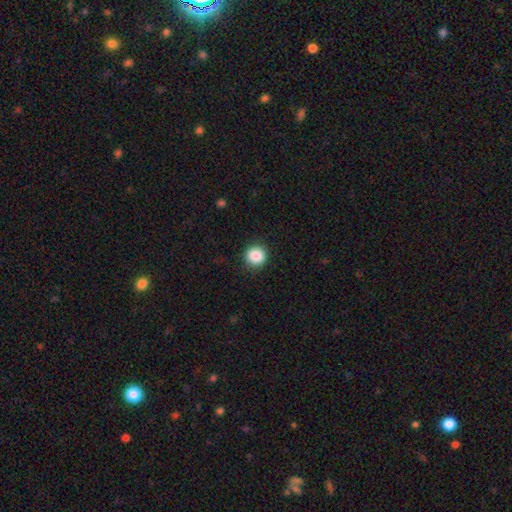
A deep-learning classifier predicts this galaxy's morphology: type=smooth (87%); roundness=round (93%); merging=none (90%).